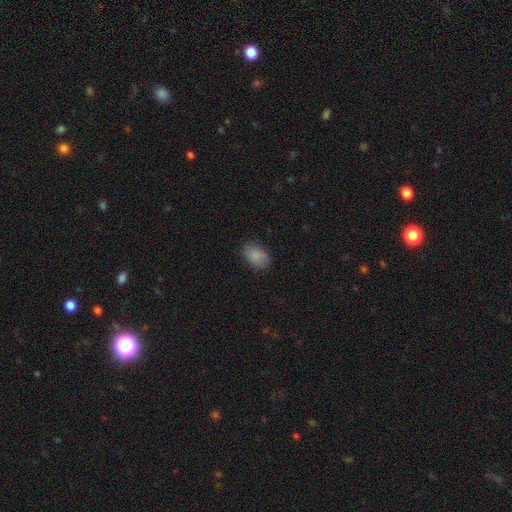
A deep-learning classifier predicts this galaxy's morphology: A smooth galaxy with no disk features (84%) that is in between round and cigar-shaped (87%).

Vote fractions:
- Smooth or featured? smooth: 84% / featured or disk: 8% / star or artifact: 8%
- How rounded? in between: 87% / round: 12% / cigar-shaped: 1%
- Merging? none: 78% / minor disturbance: 17% / major disturbance: 4% / merger: 1%